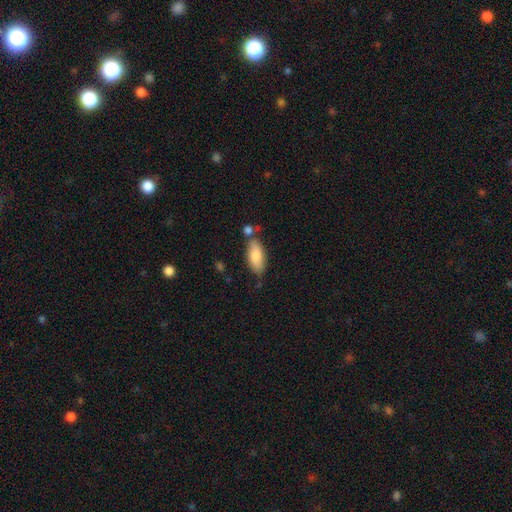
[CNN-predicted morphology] This appears to be a smooth galaxy with no disk features (80%) that is in between round and cigar-shaped (84%). Merging: none (65%).